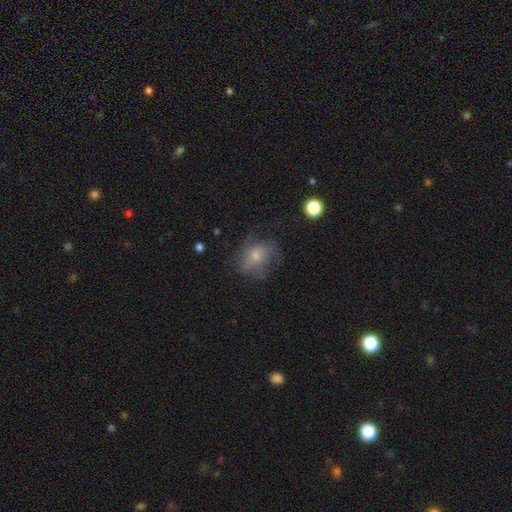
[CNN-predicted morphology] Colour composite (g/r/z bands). It shows a smooth galaxy with no disk features (46%). Merging: none (55%).